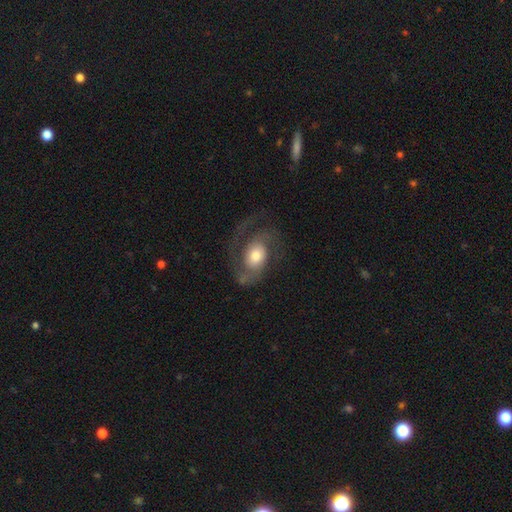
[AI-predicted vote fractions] smooth_or_featured: featured or disk (p=0.77) [alt: smooth p=0.17]
disk_edge_on: no (p=0.97) [alt: yes p=0.03]
bar: no (p=0.69) [alt: weak p=0.24]
has_spiral_arms: yes (p=0.93) [alt: no p=0.07]
spiral_winding: medium (p=0.49) [alt: loose p=0.28]
spiral_arm_count: 2 (p=0.79) [alt: 1 p=0.09]
bulge_size: moderate (p=0.59) [alt: large p=0.23]
merging: none (p=0.61) [alt: major disturbance p=0.20]